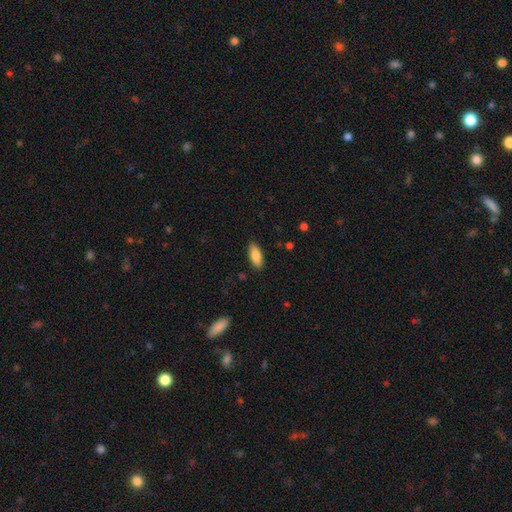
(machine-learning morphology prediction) smooth_or_featured: smooth (p=0.87) [alt: featured or disk p=0.07]
how_rounded: in between (p=0.80) [alt: cigar-shaped p=0.18]
merging: none (p=0.87) [alt: minor disturbance p=0.09]